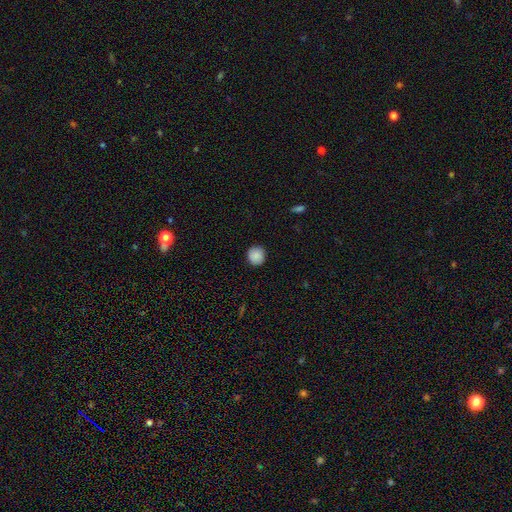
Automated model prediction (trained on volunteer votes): Overall: smooth (89%). How rounded: round (91%). Merging: none (92%).